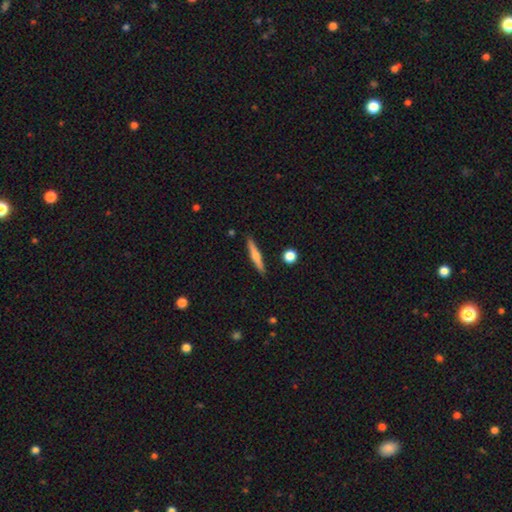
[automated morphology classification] A featured or disk galaxy (52%) viewed edge-on (96%) with a rounded central bulge (84%).

Vote fractions:
- Smooth or featured? featured or disk: 52% / smooth: 41% / star or artifact: 6%
- Edge-on disk? yes: 96% / no: 4%
- Edge-on bulge? rounded: 84% / none: 11% / boxy: 5%
- Merging? none: 89% / minor disturbance: 8% / merger: 2% / major disturbance: 2%